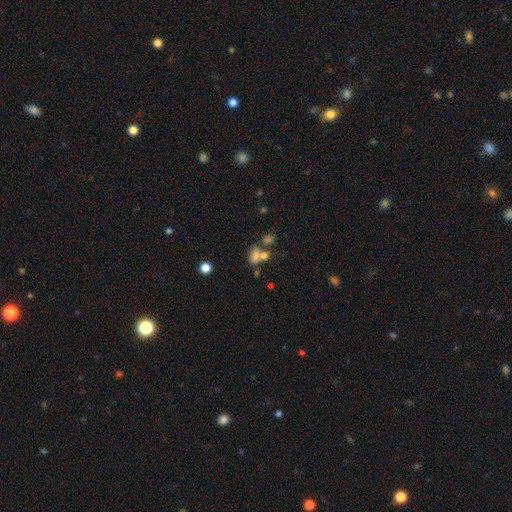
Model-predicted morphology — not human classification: A smooth galaxy with no disk features (68%) that is in between round and cigar-shaped (74%).

Vote fractions:
- Smooth or featured? smooth: 68% / featured or disk: 16% / star or artifact: 16%
- How rounded? in between: 74% / round: 23% / cigar-shaped: 3%
- Merging? merger: 49% / none: 30% / minor disturbance: 12% / major disturbance: 9%